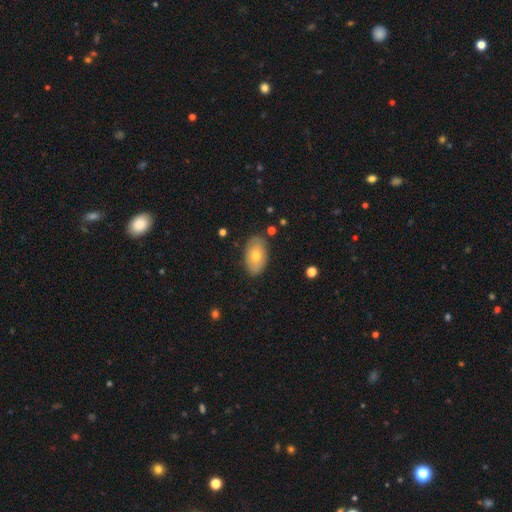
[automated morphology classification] Smooth or featured? Predicted: smooth (p=0.66). How rounded? Predicted: in between (p=0.93). Merging? Predicted: none (p=0.84).